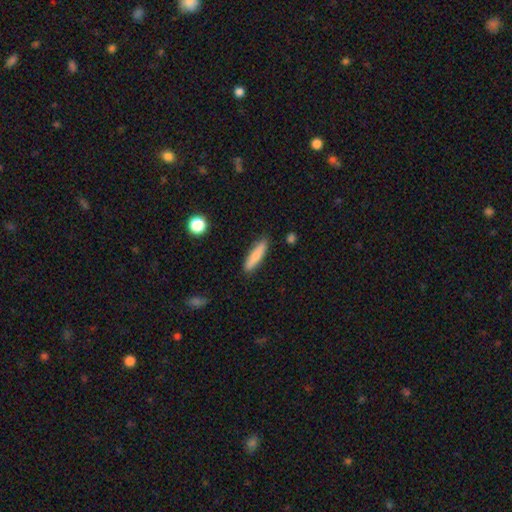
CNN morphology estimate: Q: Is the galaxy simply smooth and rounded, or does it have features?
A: smooth — 80%.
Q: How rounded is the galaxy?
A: cigar-shaped — 77%.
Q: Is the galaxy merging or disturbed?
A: none — 86%.